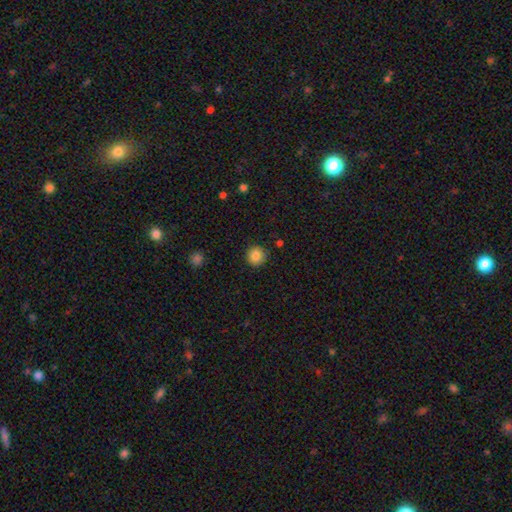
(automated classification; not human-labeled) Smooth or featured? smooth (86%)
How rounded? round (92%)
Merging? none (90%)